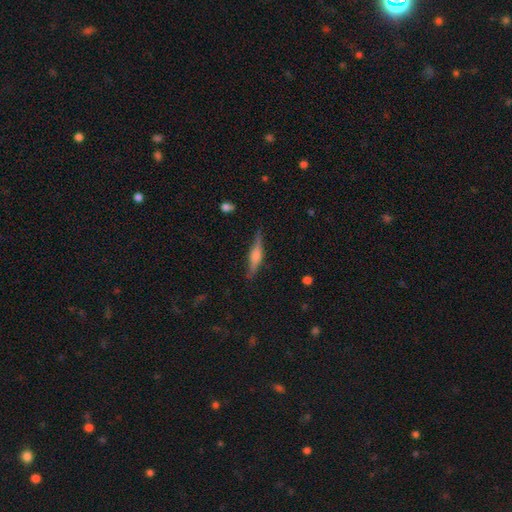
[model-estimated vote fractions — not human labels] smooth-or-featured: featured or disk: 64% | smooth: 29% | star or artifact: 7%
  disk-edge-on: yes: 97% | no: 3%
    edge-on-bulge: rounded: 75% | boxy: 19% | none: 6%
  merging: none: 85% | minor disturbance: 12% | major disturbance: 2% | merger: 1%